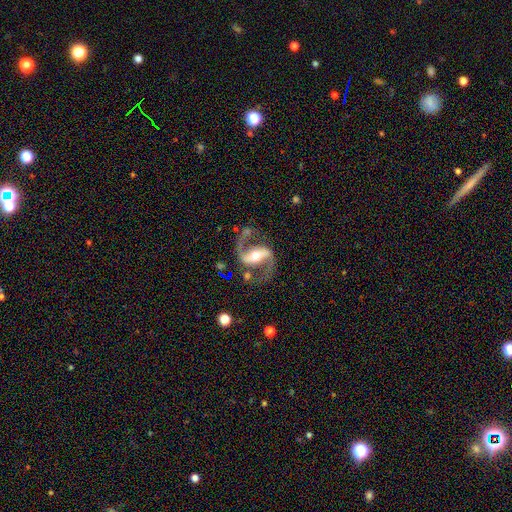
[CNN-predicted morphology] smooth-or-featured: featured or disk: 93% | star or artifact: 4% | smooth: 3%
  disk-edge-on: no: 98% | yes: 2%
    bar: strong: 56% | weak: 28% | no: 16%
    has-spiral-arms: yes: 98% | no: 2%
      spiral-winding: medium: 51% | loose: 40% | tight: 8%
      spiral-arm-count: 2: 94% | 1: 2% | can't tell: 1% | 3: 1% | 4: 1% | more than 4: 1%
    bulge-size: moderate: 63% | small: 27% | large: 8% | none: 1% | dominant: 1%
  merging: none: 77% | minor disturbance: 12% | major disturbance: 8% | merger: 3%